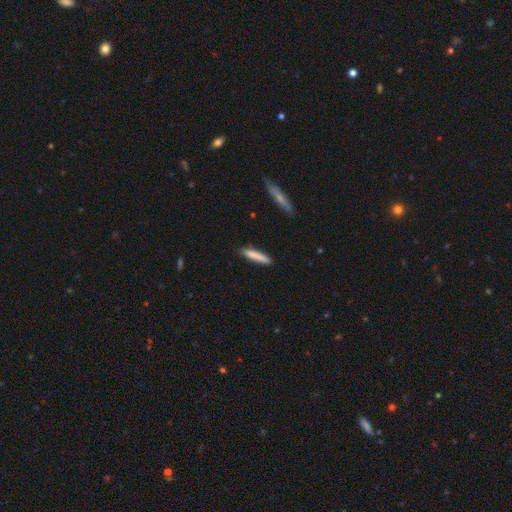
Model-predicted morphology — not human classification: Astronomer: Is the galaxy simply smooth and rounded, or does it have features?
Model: smooth — 83%.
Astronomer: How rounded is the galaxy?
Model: cigar-shaped — 90%.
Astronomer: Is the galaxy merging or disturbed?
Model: none — 84%.